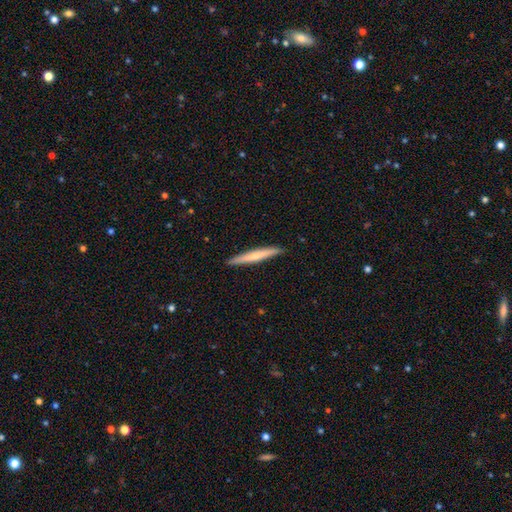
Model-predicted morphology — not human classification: smooth-or-featured: smooth: 53% | featured or disk: 41% | star or artifact: 5%
  how-rounded: cigar-shaped: 96% | in between: 3% | round: 1%
  merging: none: 92% | minor disturbance: 6% | major disturbance: 1% | merger: 1%